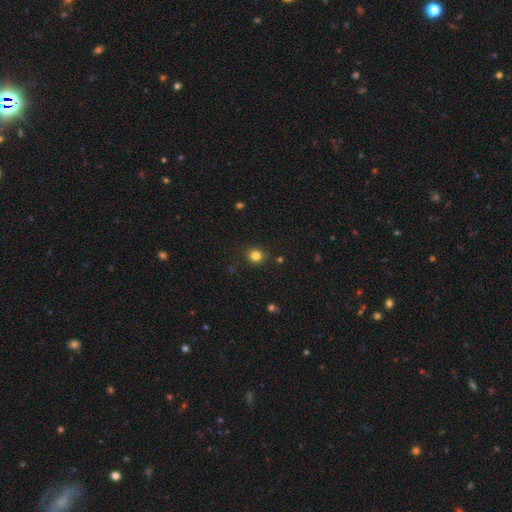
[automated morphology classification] smooth_or_featured: smooth (p=0.82) [alt: star or artifact p=0.13]
how_rounded: round (p=0.83) [alt: in between p=0.16]
merging: none (p=0.89) [alt: minor disturbance p=0.07]